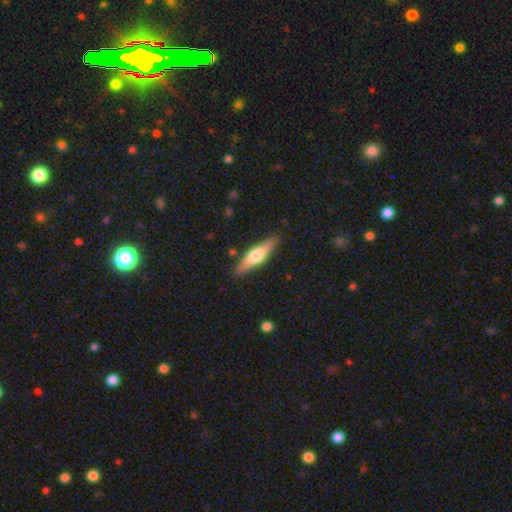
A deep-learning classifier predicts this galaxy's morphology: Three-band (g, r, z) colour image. It shows a featured or disk galaxy (48%). Merging: none (85%).